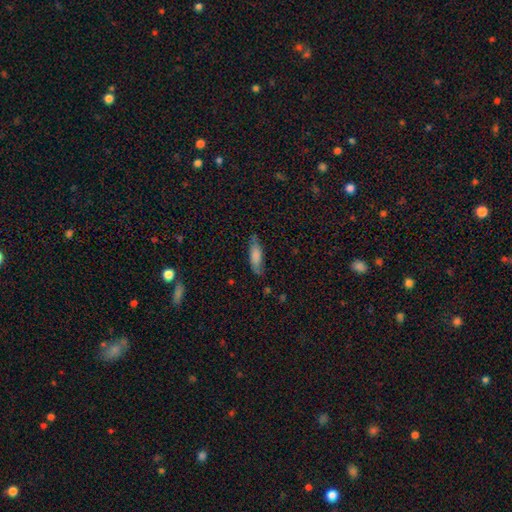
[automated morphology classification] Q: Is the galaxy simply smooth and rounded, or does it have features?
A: smooth — 75%.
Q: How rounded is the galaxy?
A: in between — 57%.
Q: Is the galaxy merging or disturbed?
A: none — 71%.